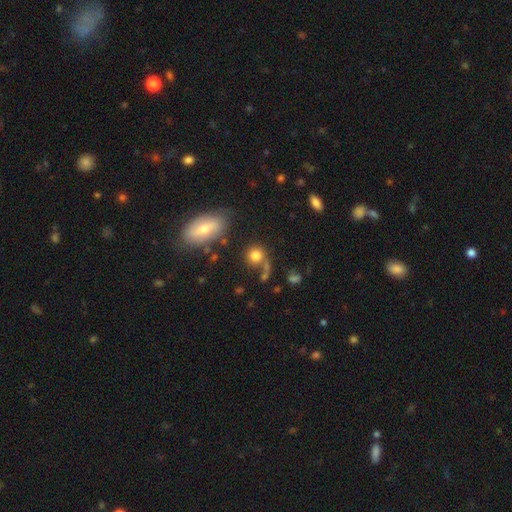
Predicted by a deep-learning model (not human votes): Q: Smooth or featured?
A: smooth (79%); runner-up: star or artifact (11%)
Q: How rounded?
A: round (84%); runner-up: in between (14%)
Q: Merging?
A: none (58%); runner-up: merger (19%)